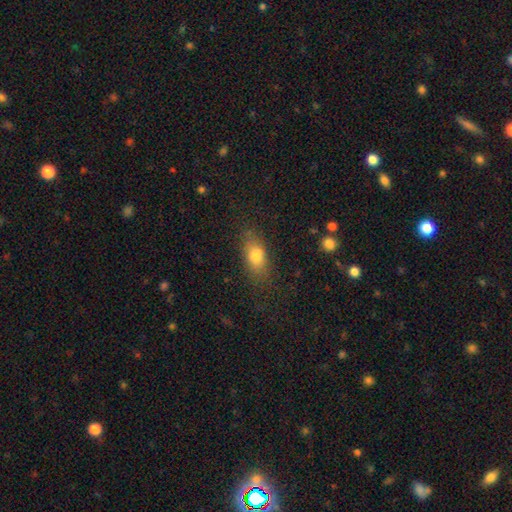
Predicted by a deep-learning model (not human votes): Smooth or featured: smooth — 78% (featured or disk — 12%)
How rounded: in between — 81% (round — 10%)
Merging: none — 73% (minor disturbance — 18%)